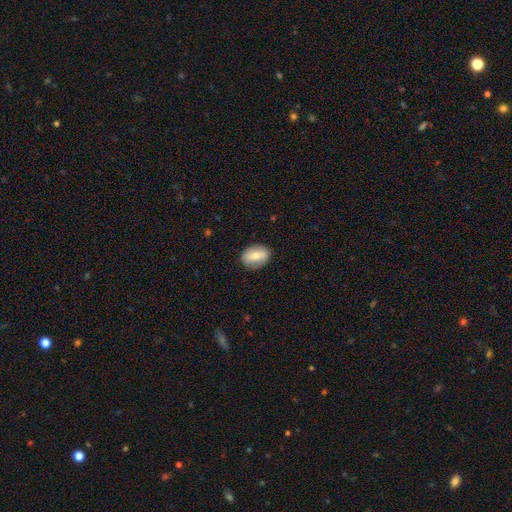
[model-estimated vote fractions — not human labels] smooth_or_featured: smooth (p=0.65) [alt: featured or disk p=0.28]
how_rounded: in between (p=0.76) [alt: round p=0.22]
merging: none (p=0.85) [alt: minor disturbance p=0.11]